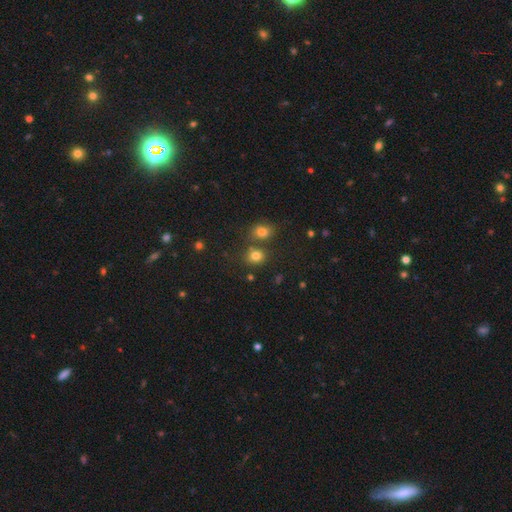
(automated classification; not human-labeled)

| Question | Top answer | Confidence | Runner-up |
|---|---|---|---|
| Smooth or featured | smooth | 78% | star or artifact (15%) |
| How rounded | round | 72% | in between (27%) |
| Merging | none | 66% | merger (21%) |